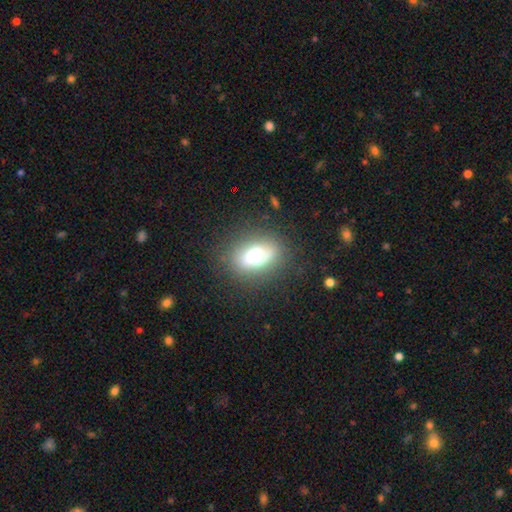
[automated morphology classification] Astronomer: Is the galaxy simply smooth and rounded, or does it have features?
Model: smooth — 55% (runner-up: featured or disk, 31%).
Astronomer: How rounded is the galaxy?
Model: in between — 62%.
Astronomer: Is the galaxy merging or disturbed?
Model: none — 78%.